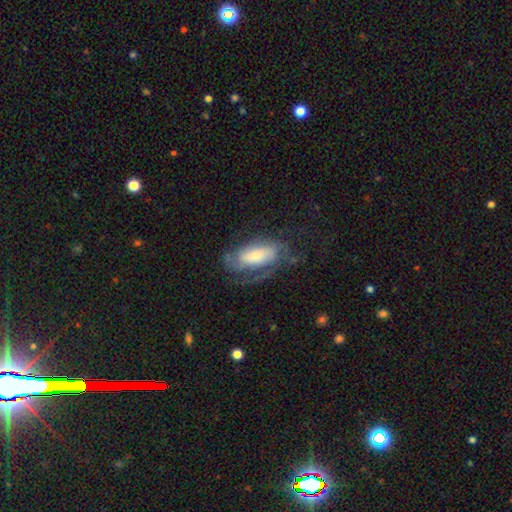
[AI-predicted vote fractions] Smooth or featured: featured or disk — 63% (smooth — 30%)
Edge-on disk: no — 92% (yes — 8%)
Bar: no — 55% (weak — 29%)
Spiral arms: yes — 84% (no — 16%)
Bulge size: small — 41% (moderate — 32%)
Merging: none — 51% (major disturbance — 25%)